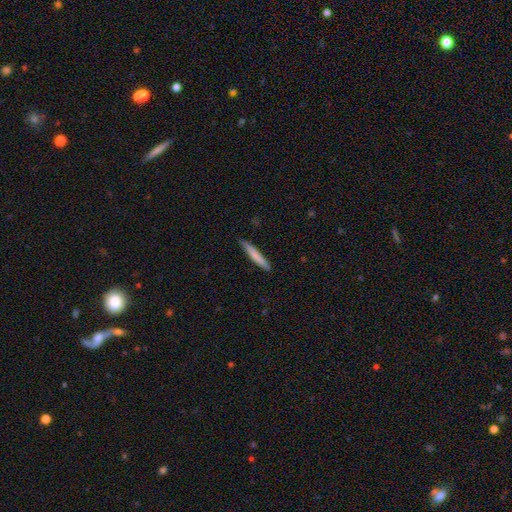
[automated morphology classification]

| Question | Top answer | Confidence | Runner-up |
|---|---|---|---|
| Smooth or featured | smooth | 76% | featured or disk (18%) |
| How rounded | cigar-shaped | 95% | in between (4%) |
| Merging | none | 86% | minor disturbance (11%) |